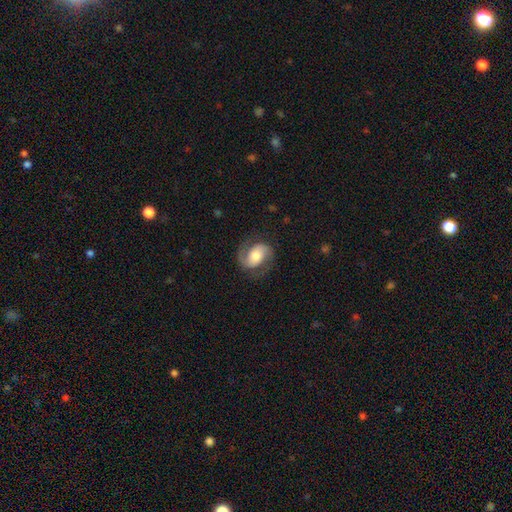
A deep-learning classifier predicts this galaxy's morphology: A featured or disk galaxy (76%) with no bar (49%), 2 (89%) medium (51%) spiral arms (94%) and a moderate central bulge (56%). Merging: none (73%).